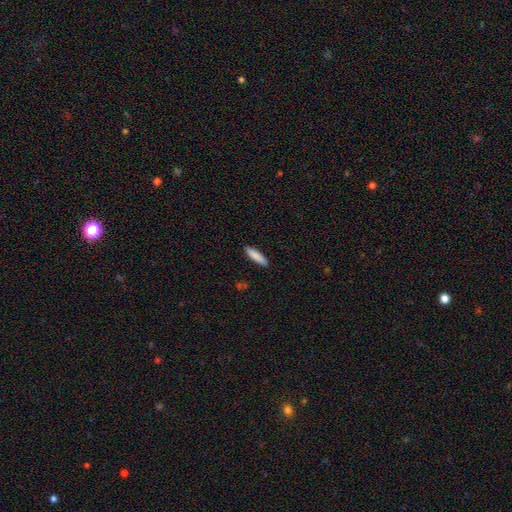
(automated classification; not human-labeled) smooth 87%, featured or disk 8%, star or artifact 6%. Down the decision tree: how rounded — cigar-shaped (71%); merging — none (89%).